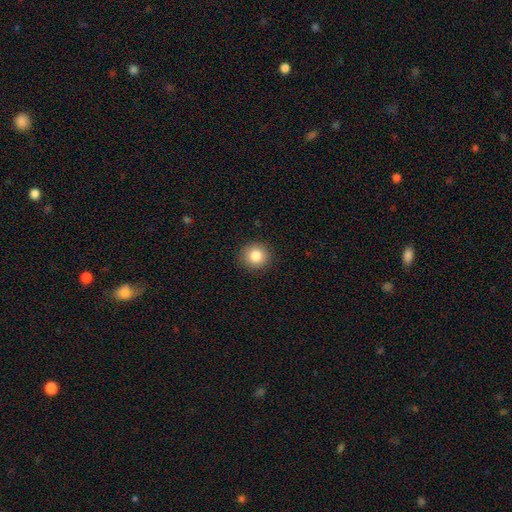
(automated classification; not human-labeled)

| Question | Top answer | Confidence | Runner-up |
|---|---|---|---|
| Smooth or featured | smooth | 85% | star or artifact (10%) |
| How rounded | round | 93% | in between (7%) |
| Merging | none | 91% | minor disturbance (6%) |